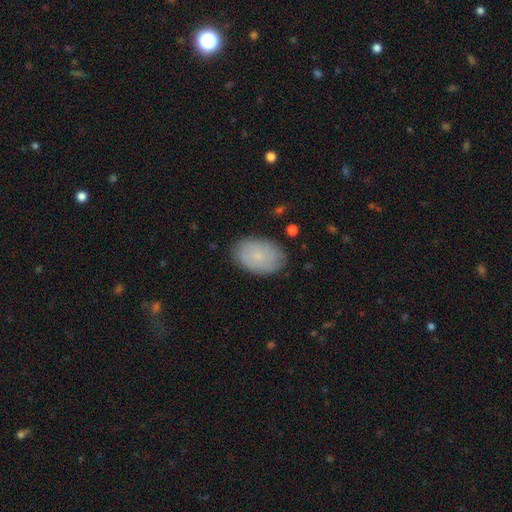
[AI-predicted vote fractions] A smooth galaxy with no disk features (77%) that is in between round and cigar-shaped (87%).

Vote fractions:
- Smooth or featured? smooth: 77% / featured or disk: 16% / star or artifact: 7%
- How rounded? in between: 87% / round: 12% / cigar-shaped: 1%
- Merging? none: 83% / minor disturbance: 13% / major disturbance: 3% / merger: 1%